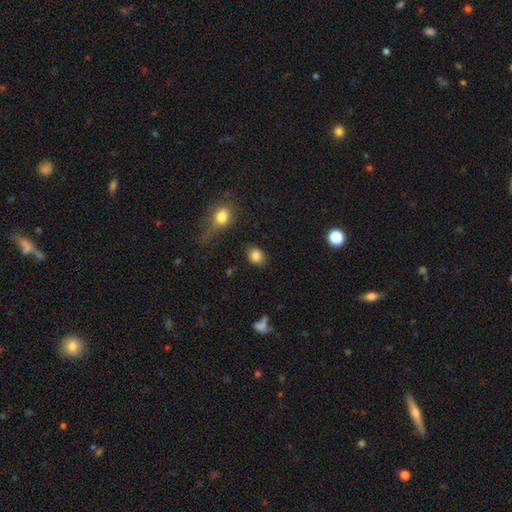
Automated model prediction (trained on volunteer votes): Overall: smooth (84%). How rounded: round (49%, tied with in between). Merging: none (84%).